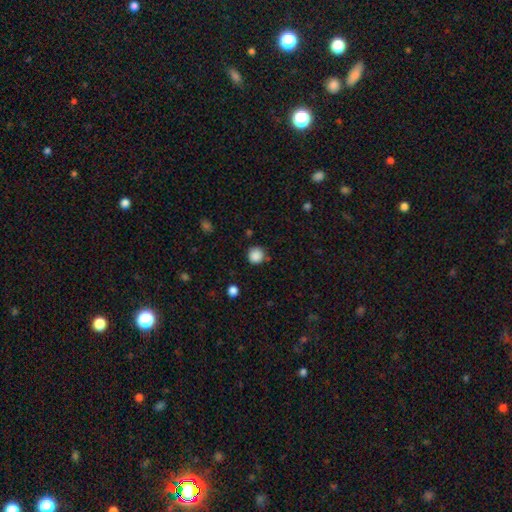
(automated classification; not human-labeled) Smooth or featured? Predicted: smooth (p=0.87). How rounded? Predicted: round (p=0.94). Merging? Predicted: none (p=0.84).